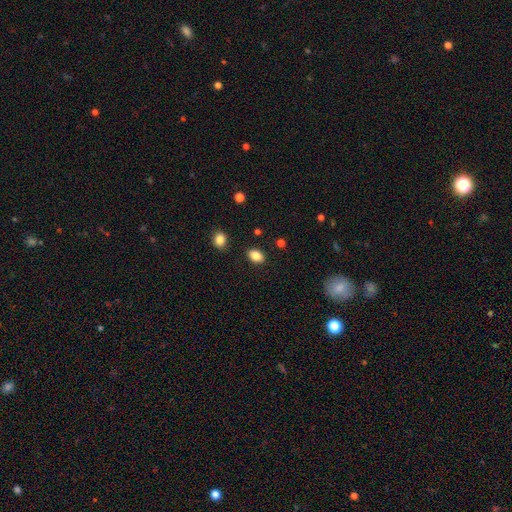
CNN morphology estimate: smooth-or-featured: smooth: 85% | star or artifact: 9% | featured or disk: 6%
  how-rounded: in between: 79% | round: 19% | cigar-shaped: 1%
  merging: none: 87% | minor disturbance: 9% | major disturbance: 2% | merger: 2%